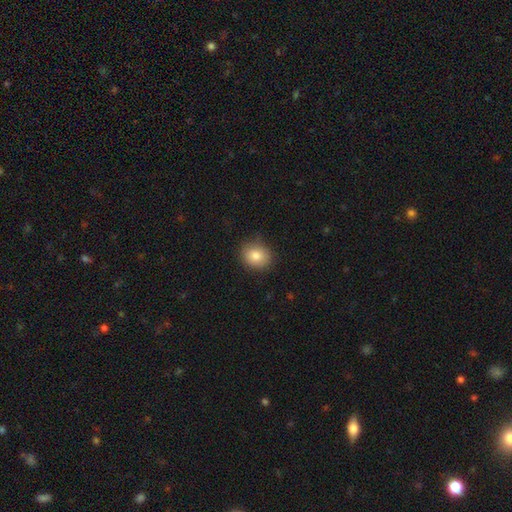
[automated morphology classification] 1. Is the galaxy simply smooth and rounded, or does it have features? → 82% smooth, 10% star or artifact, 8% featured or disk.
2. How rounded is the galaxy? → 66% round, 33% in between, 1% cigar-shaped.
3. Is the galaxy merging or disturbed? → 82% none, 14% minor disturbance, 3% major disturbance, 1% merger.